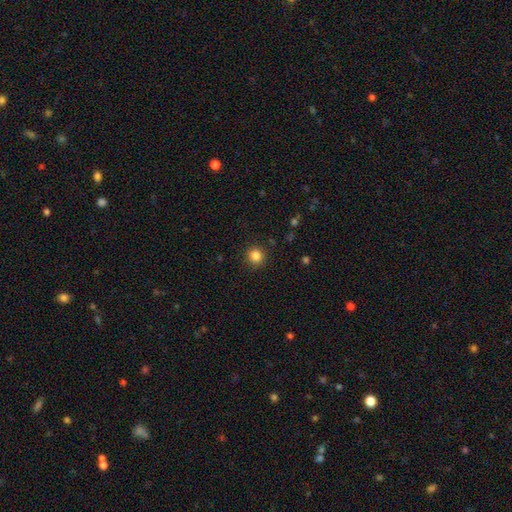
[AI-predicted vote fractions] smooth 84%, star or artifact 12%, featured or disk 4%. Down the decision tree: how rounded — round (94%); merging — none (91%).